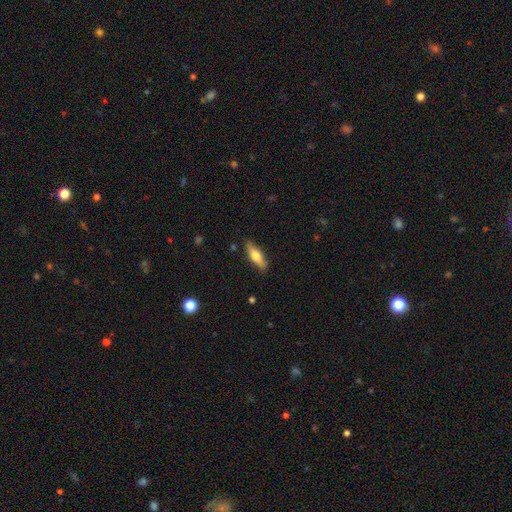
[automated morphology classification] This appears to be a smooth galaxy with no disk features (60%) that is cigar-shaped (56%). Merging: none (86%).